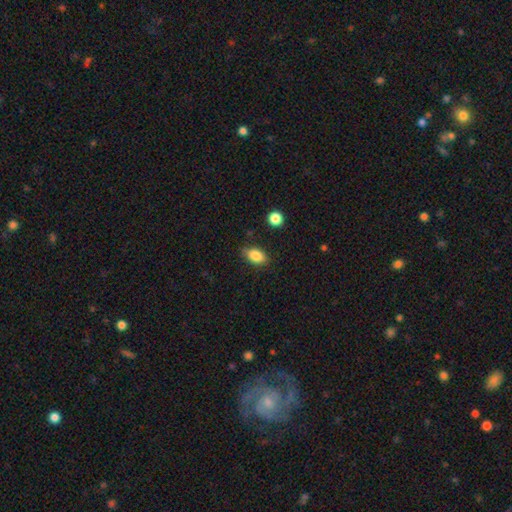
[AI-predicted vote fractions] smooth-or-featured: smooth: 85% | star or artifact: 8% | featured or disk: 7%
  how-rounded: in between: 88% | round: 9% | cigar-shaped: 3%
  merging: none: 82% | minor disturbance: 13% | major disturbance: 3% | merger: 2%